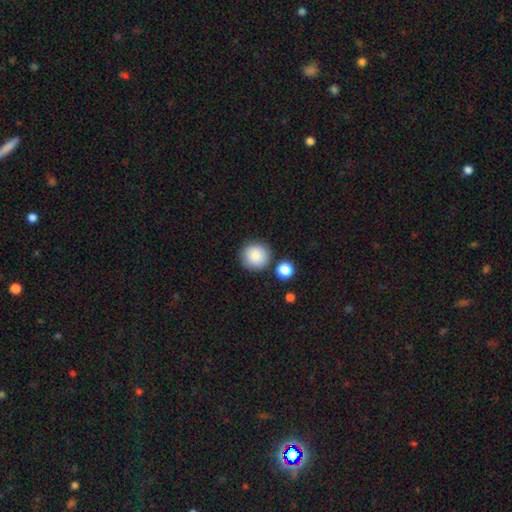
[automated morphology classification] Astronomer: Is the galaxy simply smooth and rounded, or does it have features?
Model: smooth — 86%.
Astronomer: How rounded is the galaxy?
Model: round — 94%.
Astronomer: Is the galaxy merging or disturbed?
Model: none — 82%.